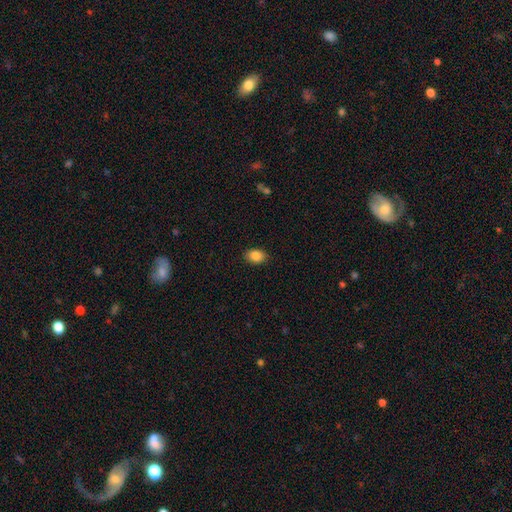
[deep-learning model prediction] Smooth or featured?
  - smooth: 87% *
  - star or artifact: 9%
  - featured or disk: 5%
How rounded?
  - in between: 76% *
  - round: 22%
  - cigar-shaped: 1%
Merging?
  - none: 88% *
  - minor disturbance: 9%
  - major disturbance: 2%
  - merger: 1%